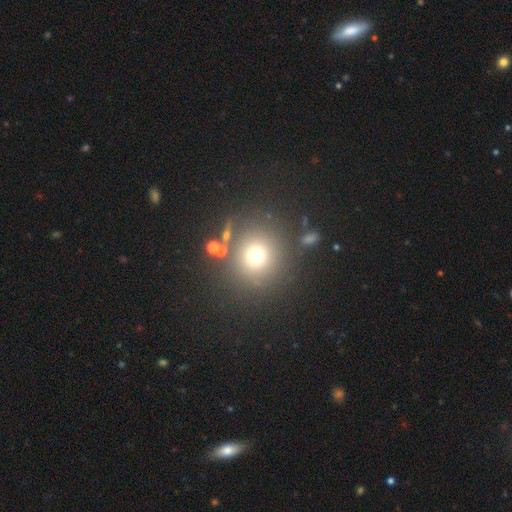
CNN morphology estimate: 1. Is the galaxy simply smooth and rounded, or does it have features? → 70% smooth, 19% star or artifact, 11% featured or disk.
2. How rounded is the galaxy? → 92% round, 7% in between, 1% cigar-shaped.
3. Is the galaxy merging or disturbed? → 78% none, 9% minor disturbance, 7% merger, 6% major disturbance.